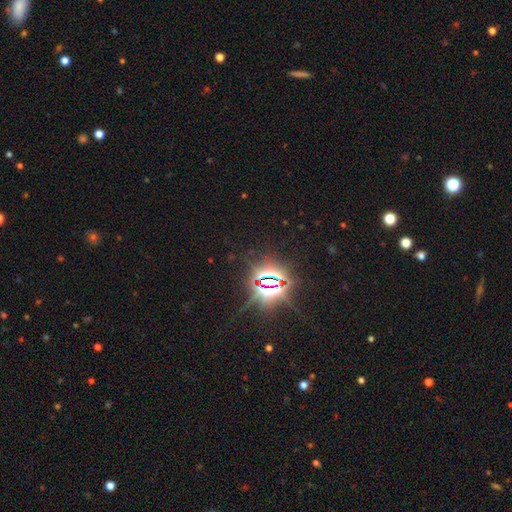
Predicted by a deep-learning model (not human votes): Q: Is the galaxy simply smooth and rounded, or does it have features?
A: star or artifact — 86%.